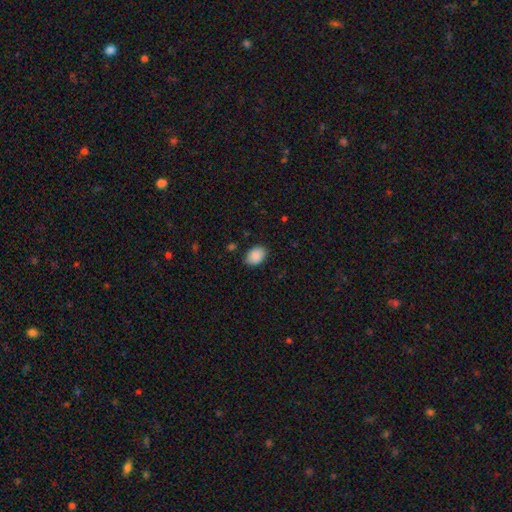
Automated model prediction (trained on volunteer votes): The model was most divided on "how rounded": in between: 83%, round: 16%, cigar-shaped: 1%. More confident: smooth or featured — smooth (89%); merging — none (85%).